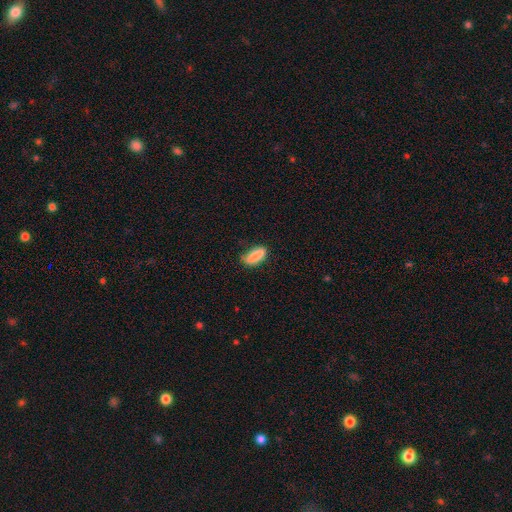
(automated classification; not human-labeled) Smooth or featured? Predicted: smooth (p=0.84). How rounded? Predicted: in between (p=0.74). Merging? Predicted: none (p=0.69).